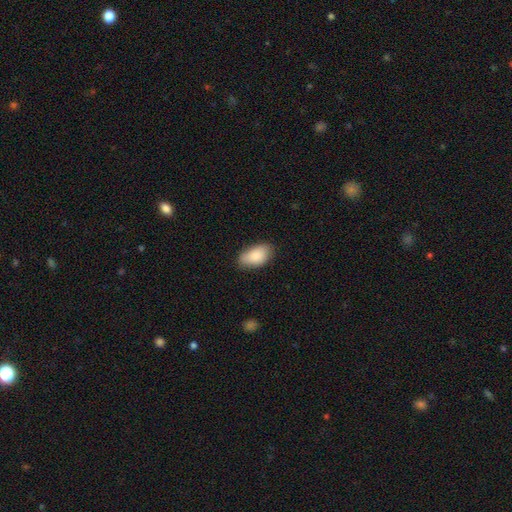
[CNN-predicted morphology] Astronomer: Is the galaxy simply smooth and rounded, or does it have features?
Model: smooth — 86%.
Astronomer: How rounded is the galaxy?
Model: in between — 93%.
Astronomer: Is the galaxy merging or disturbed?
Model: none — 79%.